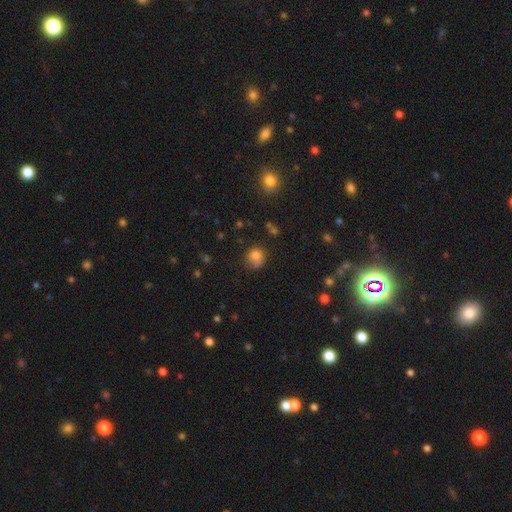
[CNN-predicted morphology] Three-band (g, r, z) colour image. It shows a smooth galaxy with no disk features (80%) that is round (77%). Merging: none (58%).